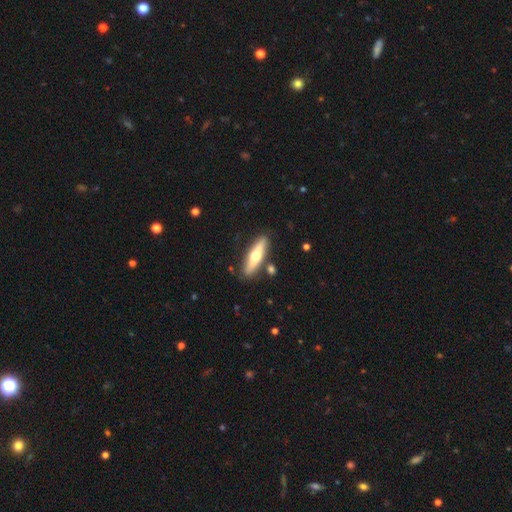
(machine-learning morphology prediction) Q: Smooth or featured?
A: featured or disk (48%); runner-up: smooth (47%)
Q: Merging?
A: none (83%); runner-up: minor disturbance (10%)